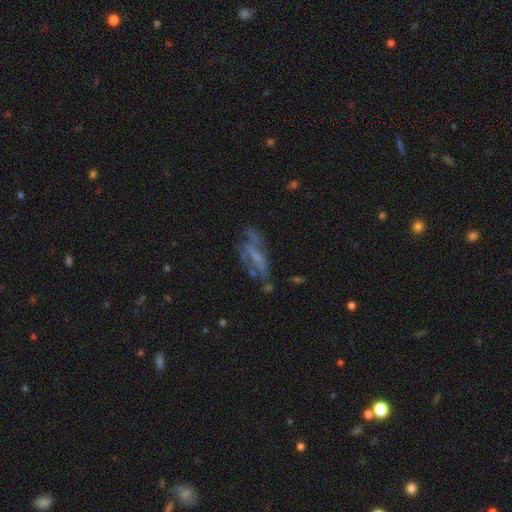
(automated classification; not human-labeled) A featured or disk galaxy (57%). Merging: none (45%).